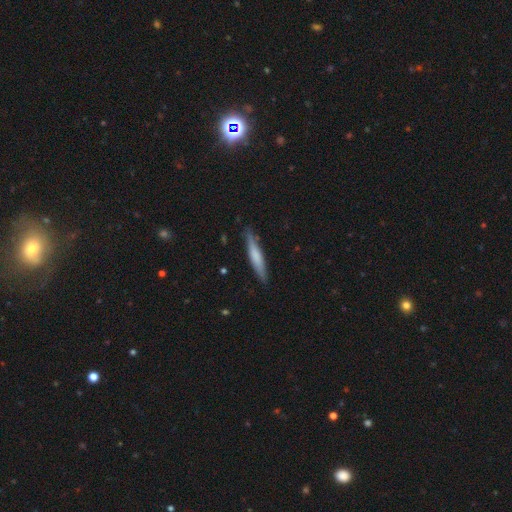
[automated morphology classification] Overall: smooth (60%; featured or disk 35%). How rounded: cigar-shaped (92%). Merging: none (86%).